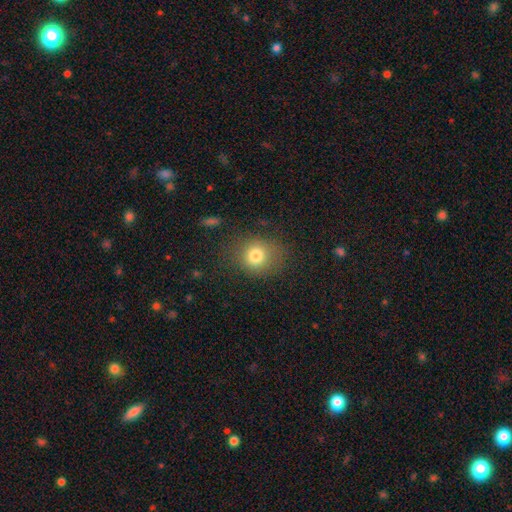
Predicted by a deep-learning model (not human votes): This appears to be a smooth galaxy with no disk features (79%) that is round (74%). Merging: none (75%).